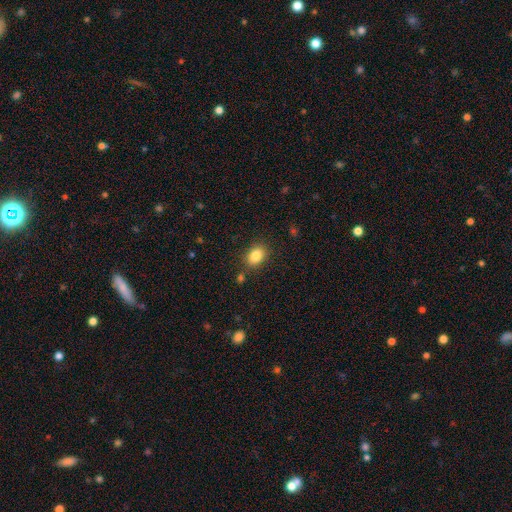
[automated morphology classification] This is clearly a smooth galaxy (84%). How rounded: likely in between (72%). Merging: clearly none (83%).